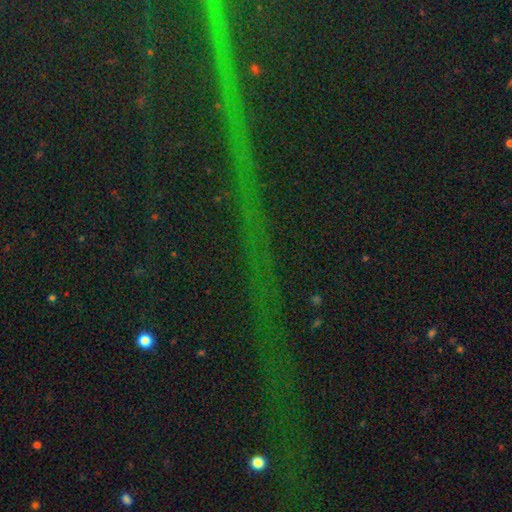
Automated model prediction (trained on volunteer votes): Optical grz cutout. It shows a star or artifact, not a galaxy (77%).